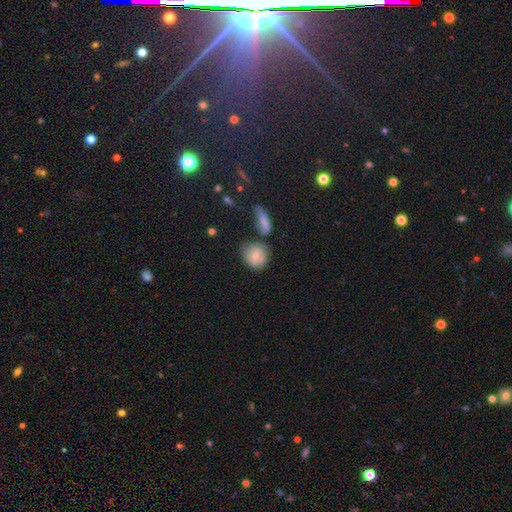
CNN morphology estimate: Smooth or featured? smooth (66%)
How rounded? round (74%)
Merging? none (52%)